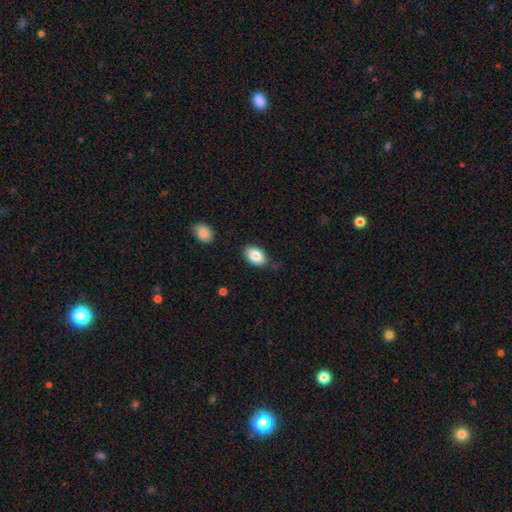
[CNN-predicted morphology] Smooth or featured? smooth (86%)
How rounded? in between (90%)
Merging? none (79%)